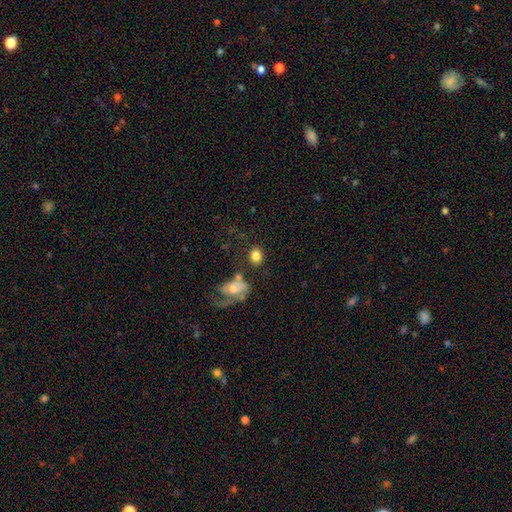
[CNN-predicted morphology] This is likely a smooth galaxy (79%). How rounded: possibly in between (55%). Merging: likely none (65%).